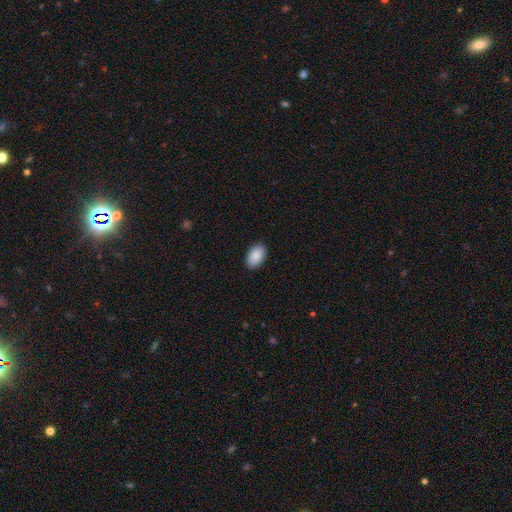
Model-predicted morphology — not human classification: Q: Smooth or featured?
A: smooth (89%); runner-up: star or artifact (7%)
Q: How rounded?
A: in between (93%); runner-up: round (6%)
Q: Merging?
A: none (89%); runner-up: minor disturbance (8%)